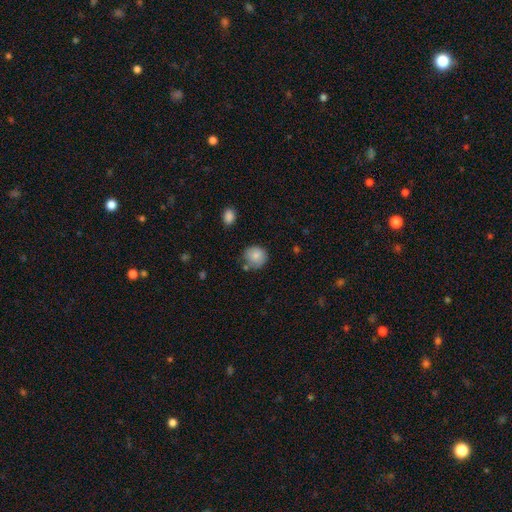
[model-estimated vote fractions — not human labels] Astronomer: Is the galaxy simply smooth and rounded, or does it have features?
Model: smooth — 82%.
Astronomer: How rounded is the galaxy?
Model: round — 88%.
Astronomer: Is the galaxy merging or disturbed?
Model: none — 73%.